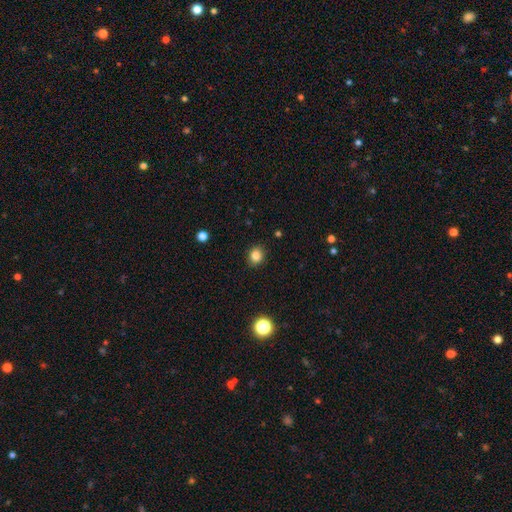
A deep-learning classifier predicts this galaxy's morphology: Smooth or featured? Predicted: smooth (p=0.83). How rounded? Predicted: round (p=0.70). Merging? Predicted: none (p=0.90).